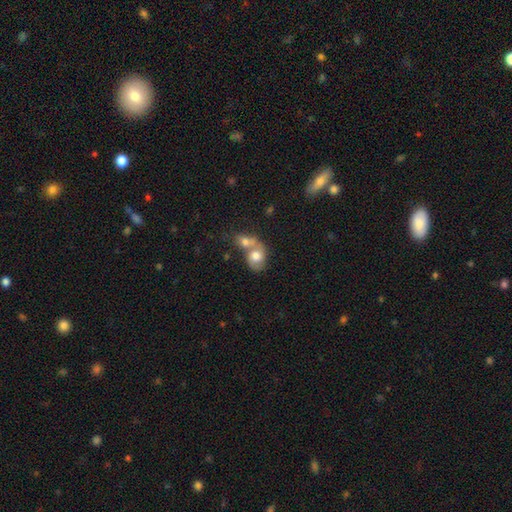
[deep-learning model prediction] Q: Smooth or featured?
A: smooth (67%); runner-up: featured or disk (25%)
Q: How rounded?
A: in between (51%); runner-up: round (48%)
Q: Merging?
A: merger (69%); runner-up: none (20%)